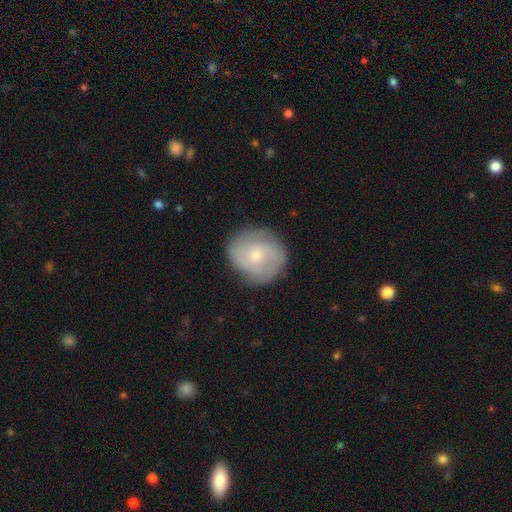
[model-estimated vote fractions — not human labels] This is possibly a featured or disk galaxy (52%). It is clearly not viewed edge-on (97%). Bar: likely no (73%). Spiral arm pattern: likely yes (77%). Central bulge: likely small (70%). Merging: likely none (79%).